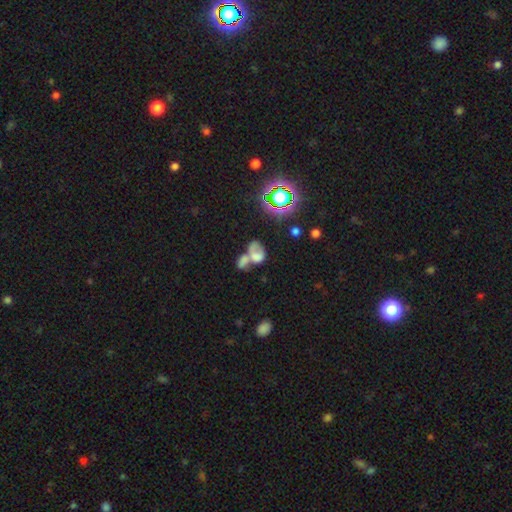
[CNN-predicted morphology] smooth_or_featured: smooth (p=0.55) [alt: featured or disk p=0.26]
how_rounded: in between (p=0.76) [alt: round p=0.22]
merging: merger (p=0.70) [alt: none p=0.12]